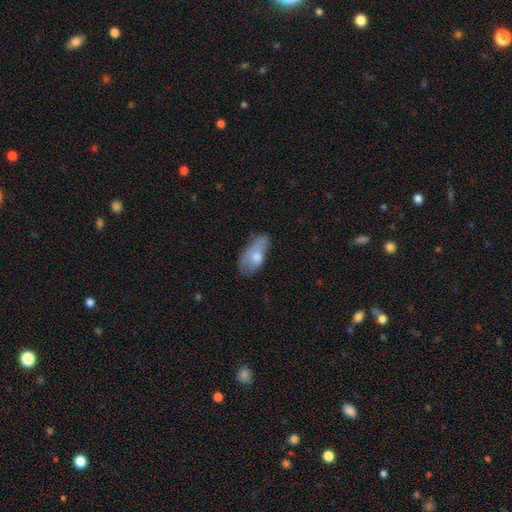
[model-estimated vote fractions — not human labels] Q: Smooth or featured?
A: smooth (70%); runner-up: featured or disk (23%)
Q: How rounded?
A: in between (89%); runner-up: cigar-shaped (6%)
Q: Merging?
A: minor disturbance (37%); runner-up: none (34%)